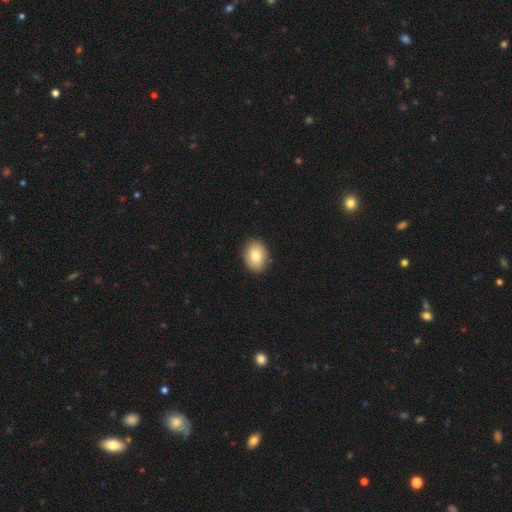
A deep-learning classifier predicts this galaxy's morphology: A smooth galaxy with no disk features (80%) that is in between round and cigar-shaped (69%).

Vote fractions:
- Smooth or featured? smooth: 80% / featured or disk: 12% / star or artifact: 8%
- How rounded? in between: 69% / round: 30% / cigar-shaped: 1%
- Merging? none: 89% / minor disturbance: 8% / major disturbance: 2% / merger: 1%